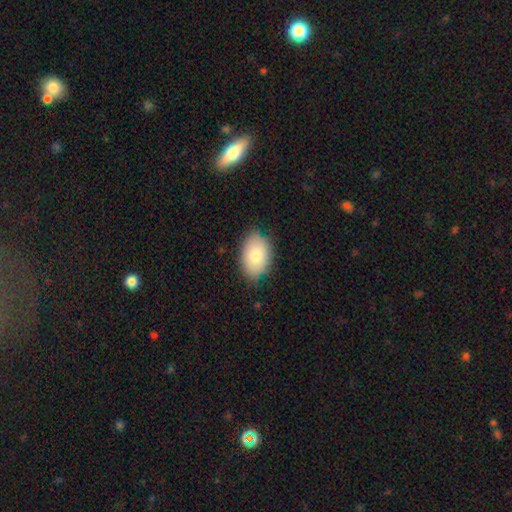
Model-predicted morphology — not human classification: Smooth or featured: smooth — 82% (featured or disk — 11%)
How rounded: in between — 87% (round — 12%)
Merging: none — 80% (minor disturbance — 16%)